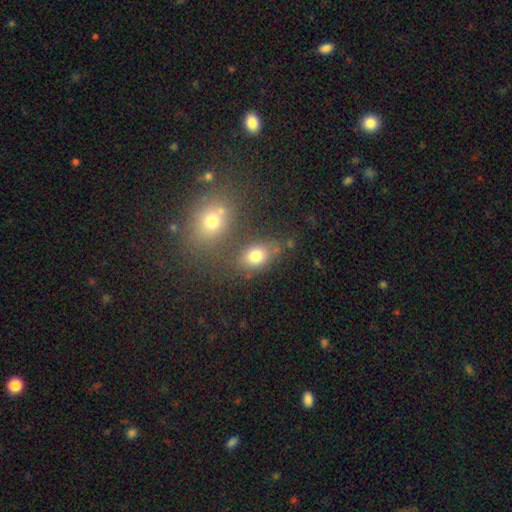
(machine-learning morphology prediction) Smooth or featured?
  - smooth: 74% *
  - star or artifact: 15%
  - featured or disk: 11%
How rounded?
  - in between: 65% *
  - round: 33%
  - cigar-shaped: 2%
Merging?
  - none: 60% *
  - merger: 21%
  - minor disturbance: 13%
  - major disturbance: 6%